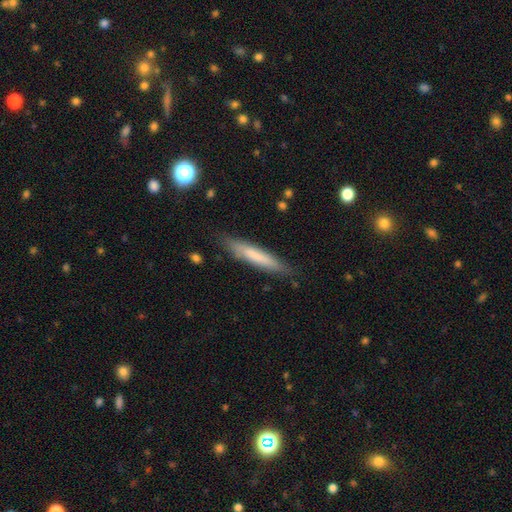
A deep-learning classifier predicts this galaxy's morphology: Smooth or featured? Predicted: smooth (p=0.70). How rounded? Predicted: cigar-shaped (p=0.91). Merging? Predicted: none (p=0.85).